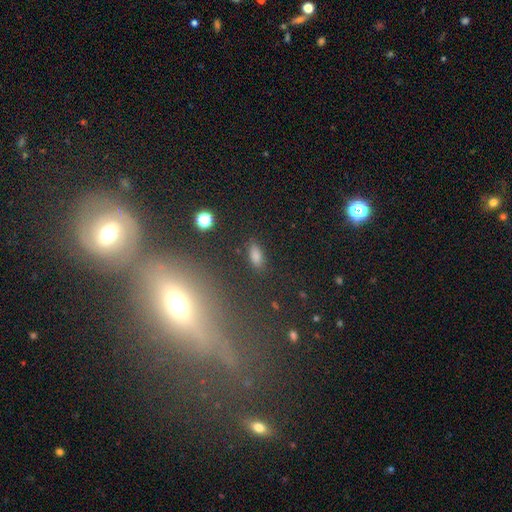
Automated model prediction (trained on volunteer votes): Smooth or featured? Predicted: smooth (p=0.74). How rounded? Predicted: in between (p=0.80). Merging? Predicted: none (p=0.86).